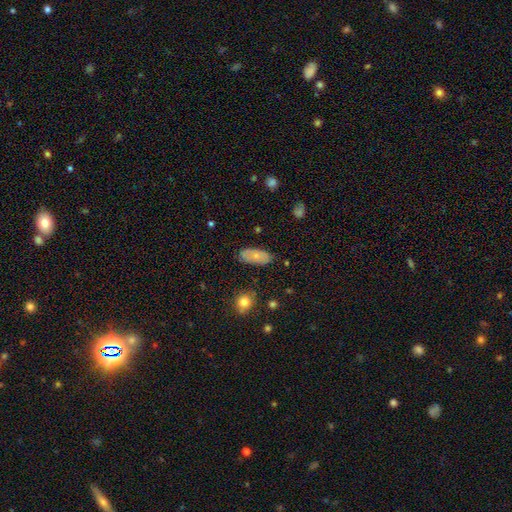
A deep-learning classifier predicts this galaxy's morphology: Q: Smooth or featured?
A: smooth (68%); runner-up: featured or disk (24%)
Q: How rounded?
A: in between (90%); runner-up: cigar-shaped (7%)
Q: Merging?
A: none (78%); runner-up: minor disturbance (17%)